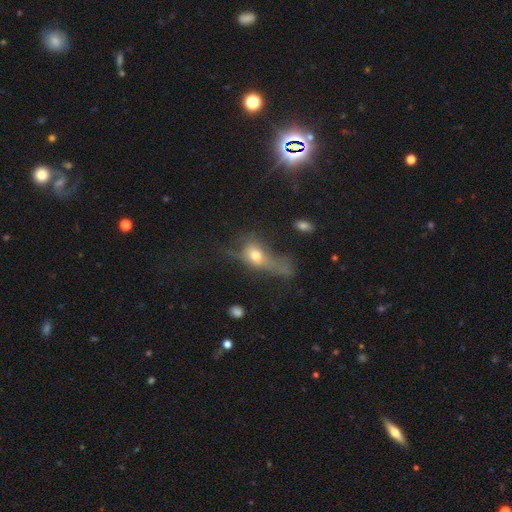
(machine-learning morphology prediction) Overall: smooth (55%; featured or disk 32%). How rounded: in between (60%; round 25%). Merging: major disturbance (54%; none 20%).